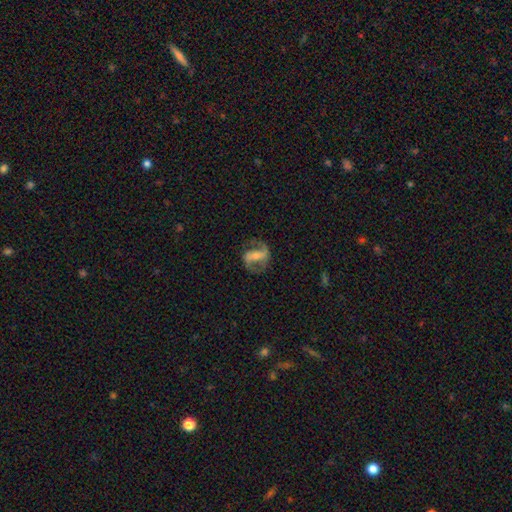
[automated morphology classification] type=featured or disk (78%); edge-on=no (95%); bar=strong (54%); spiral arms=yes (88%); winding=medium (46%); arm count=2 (87%); bulge=small (47%); merging=none (72%).